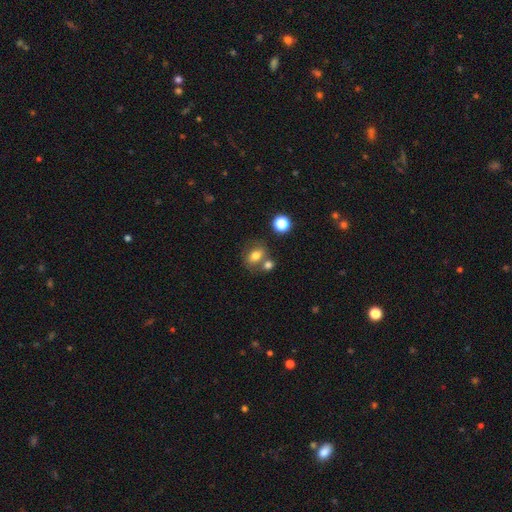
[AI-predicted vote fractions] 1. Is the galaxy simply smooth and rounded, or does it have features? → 75% smooth, 14% featured or disk, 12% star or artifact.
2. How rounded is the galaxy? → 62% in between, 36% round, 1% cigar-shaped.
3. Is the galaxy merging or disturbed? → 54% none, 28% merger, 13% minor disturbance, 5% major disturbance.